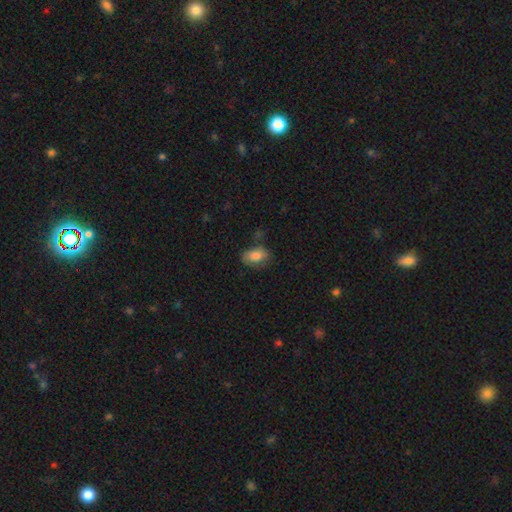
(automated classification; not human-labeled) smooth 81%, featured or disk 12%, star or artifact 8%. Down the decision tree: how rounded — in between (89%); merging — none (62%).